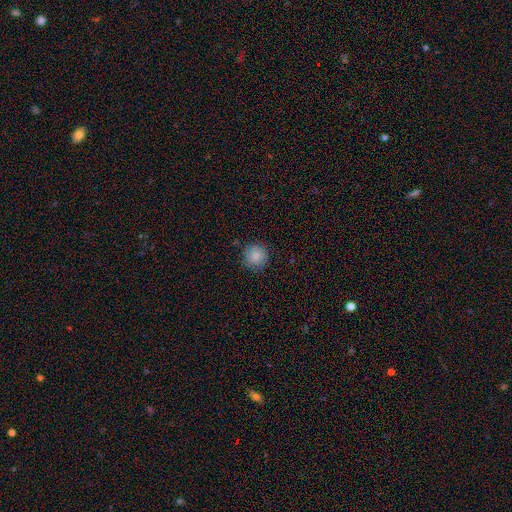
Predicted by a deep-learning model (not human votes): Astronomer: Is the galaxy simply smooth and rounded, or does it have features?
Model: smooth — 86%.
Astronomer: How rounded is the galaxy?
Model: round — 94%.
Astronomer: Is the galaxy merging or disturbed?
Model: none — 85%.